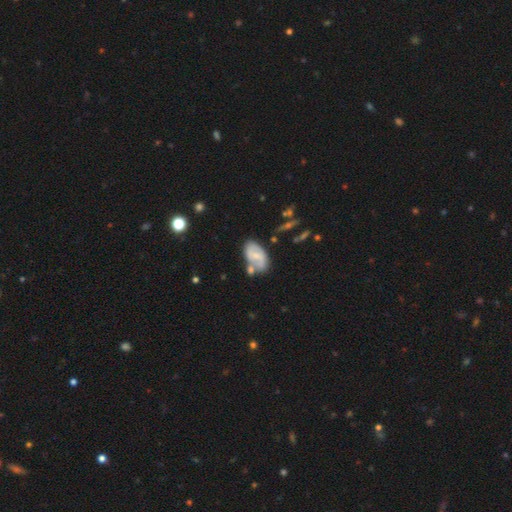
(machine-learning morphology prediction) Smooth or featured?
  - featured or disk: 50% *
  - smooth: 43%
  - star or artifact: 7%
Edge-on disk?
  - no: 94% *
  - yes: 6%
Merging?
  - none: 50% *
  - minor disturbance: 22%
  - merger: 21%
  - major disturbance: 7%